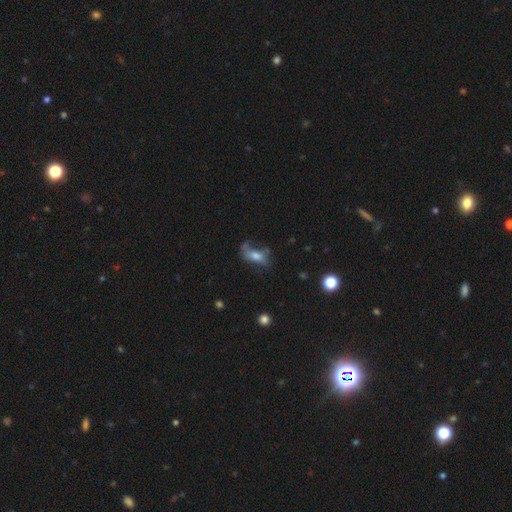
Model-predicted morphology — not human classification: Smooth or featured? smooth (48%)
Merging? none (38%)